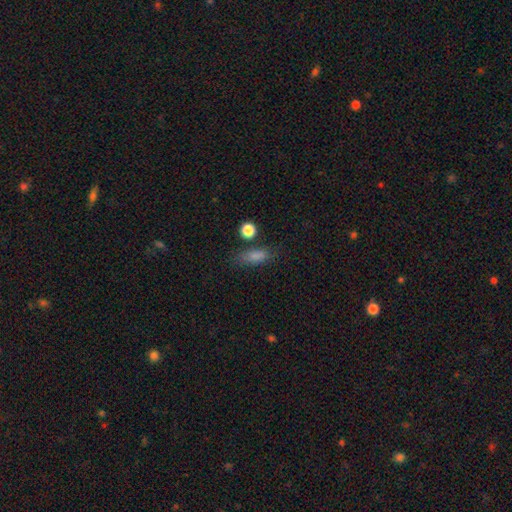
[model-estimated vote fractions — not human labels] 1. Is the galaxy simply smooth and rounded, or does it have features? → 77% smooth, 14% star or artifact, 10% featured or disk.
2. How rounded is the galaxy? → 63% in between, 29% cigar-shaped, 9% round.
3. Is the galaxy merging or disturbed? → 70% none, 17% minor disturbance, 7% merger, 6% major disturbance.